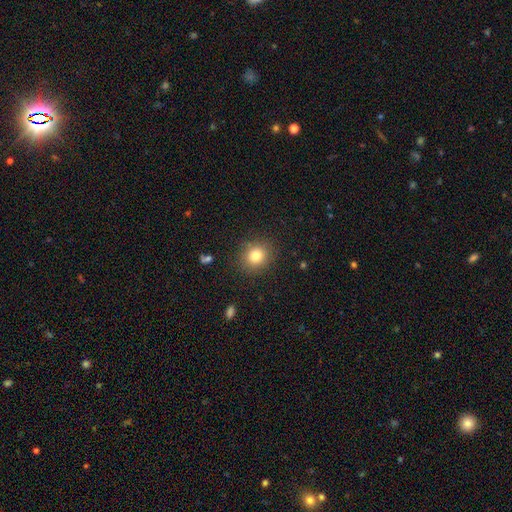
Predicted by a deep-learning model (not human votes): The model was most divided on "how rounded": round: 81%, in between: 18%, cigar-shaped: 1%. More confident: merging — none (87%); smooth or featured — smooth (81%).